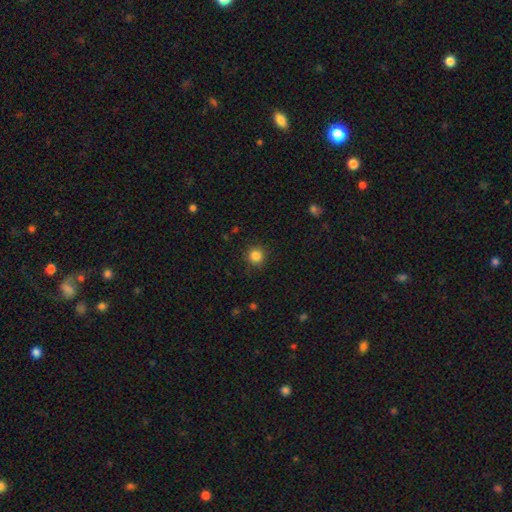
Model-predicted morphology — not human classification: A smooth galaxy with no disk features (84%) that is round (93%).

Vote fractions:
- Smooth or featured? smooth: 84% / star or artifact: 11% / featured or disk: 4%
- How rounded? round: 93% / in between: 6% / cigar-shaped: 1%
- Merging? none: 89% / minor disturbance: 7% / major disturbance: 2% / merger: 1%